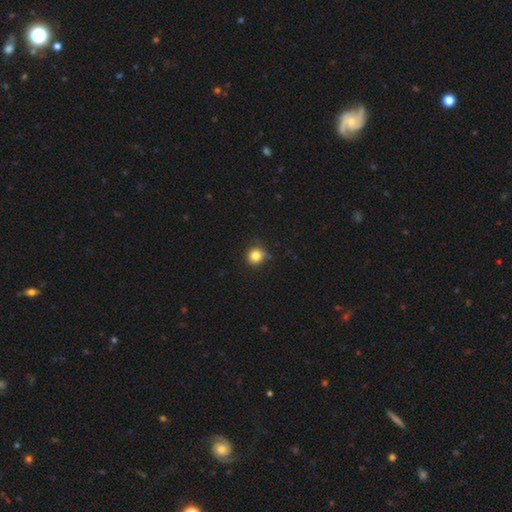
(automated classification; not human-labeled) smooth 82%, star or artifact 12%, featured or disk 6%. Down the decision tree: how rounded — round (91%); merging — none (70%).